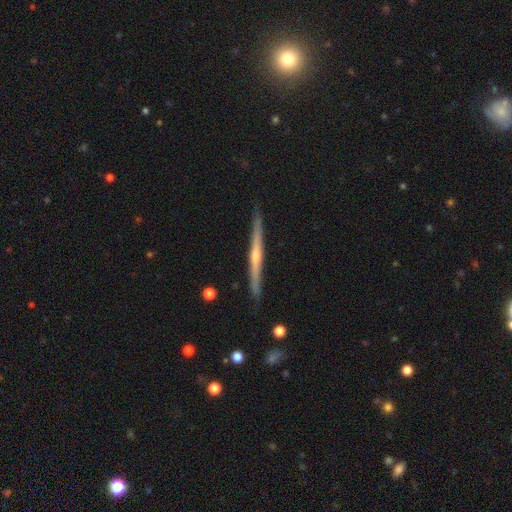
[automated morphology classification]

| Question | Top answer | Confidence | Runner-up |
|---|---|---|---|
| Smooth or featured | featured or disk | 80% | smooth (14%) |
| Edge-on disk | yes | 98% | no (2%) |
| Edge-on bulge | rounded | 73% | none (21%) |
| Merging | none | 90% | minor disturbance (8%) |